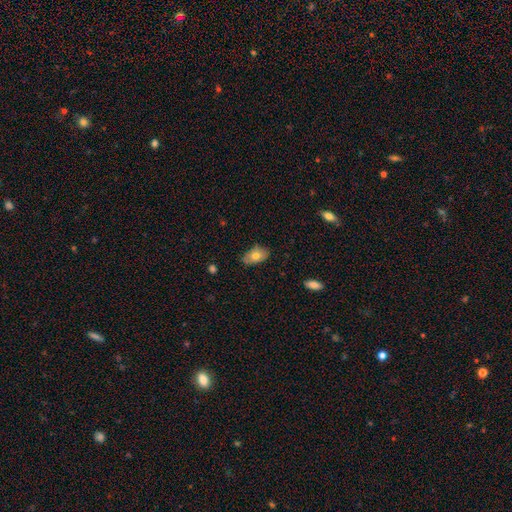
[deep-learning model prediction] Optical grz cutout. It shows a smooth galaxy with no disk features (73%) that is in between round and cigar-shaped (91%). Merging: none (76%).